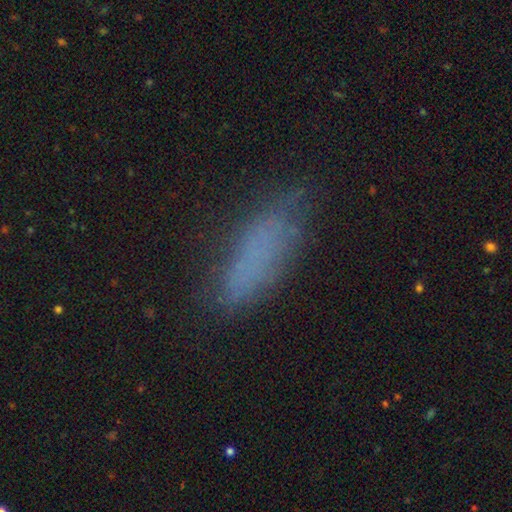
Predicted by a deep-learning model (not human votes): Smooth or featured: smooth — 68% (featured or disk — 17%)
How rounded: in between — 53% (cigar-shaped — 44%)
Merging: none — 69% (minor disturbance — 21%)